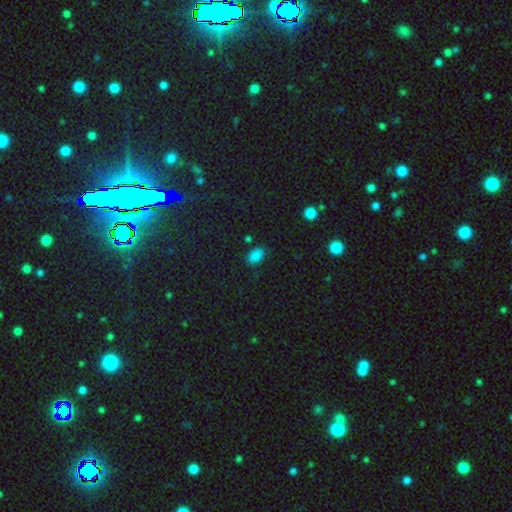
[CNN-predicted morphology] The model was most divided on "merging": none: 74%, minor disturbance: 19%, major disturbance: 5%, merger: 3%. More confident: how rounded — in between (87%); smooth or featured — smooth (80%).